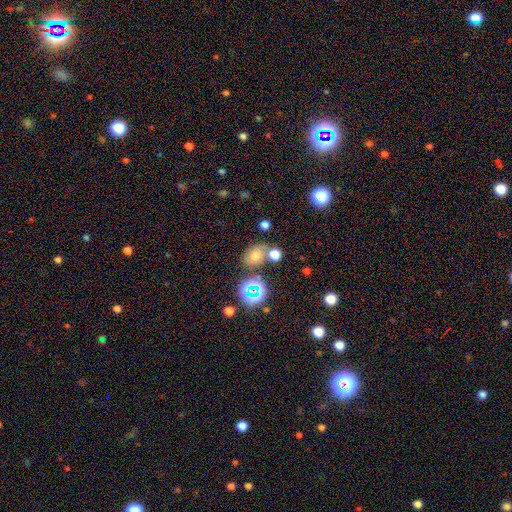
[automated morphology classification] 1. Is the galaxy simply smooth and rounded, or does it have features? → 52% smooth, 32% star or artifact, 16% featured or disk.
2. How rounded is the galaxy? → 52% round, 46% in between, 1% cigar-shaped.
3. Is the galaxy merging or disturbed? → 65% none, 16% merger, 13% minor disturbance, 5% major disturbance.